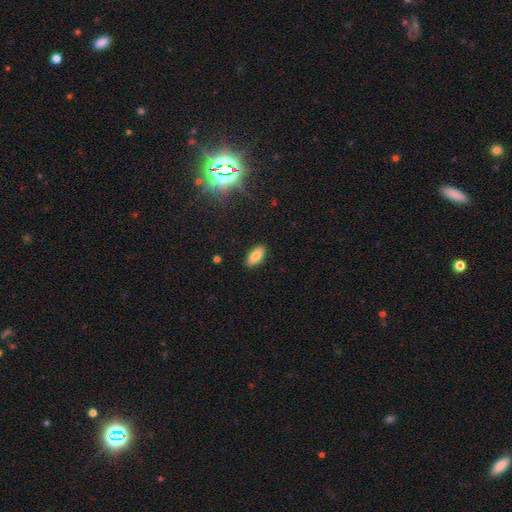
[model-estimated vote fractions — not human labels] Morphology: type=smooth (80%); roundness=in between (89%); merging=none (89%).